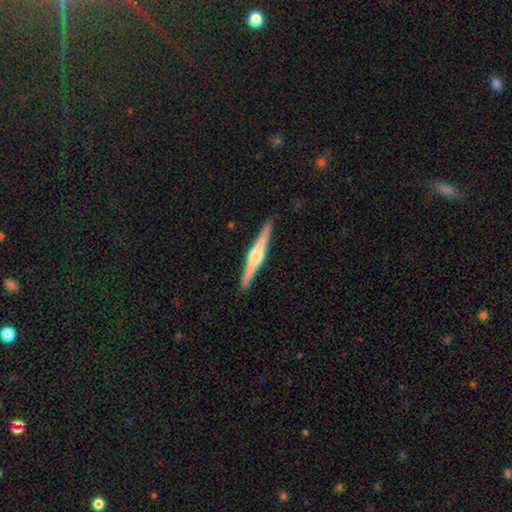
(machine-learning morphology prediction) smooth_or_featured: featured or disk (p=0.79) [alt: smooth p=0.16]
disk_edge_on: yes (p=0.99) [alt: no p=0.01]
edge_on_bulge: rounded (p=0.87) [alt: boxy p=0.09]
merging: none (p=0.92) [alt: minor disturbance p=0.06]